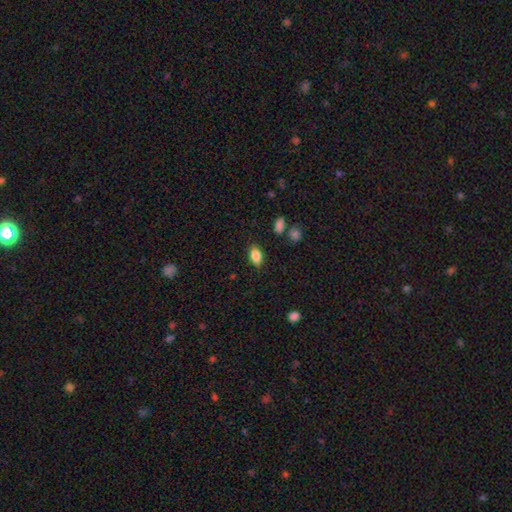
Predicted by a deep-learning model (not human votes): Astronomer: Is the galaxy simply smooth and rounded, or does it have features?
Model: smooth — 84%.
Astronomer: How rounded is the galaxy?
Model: in between — 88%.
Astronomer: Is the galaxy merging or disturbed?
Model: none — 83%.